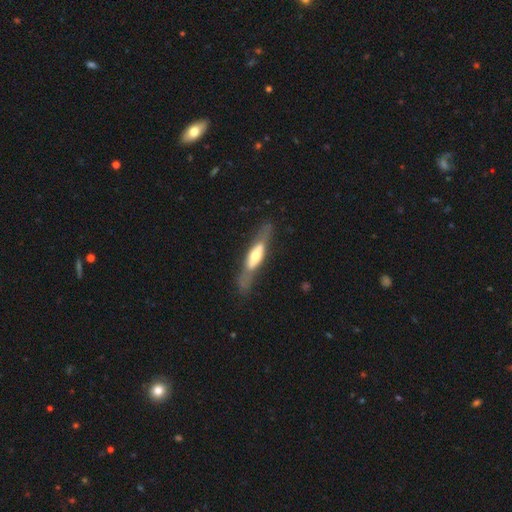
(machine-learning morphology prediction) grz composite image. It shows a featured or disk galaxy (57%) viewed edge-on (58%). Merging: none (69%).